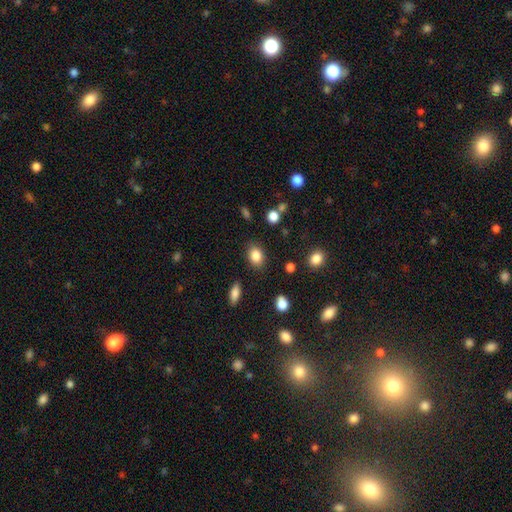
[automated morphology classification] A smooth galaxy with no disk features (84%) that is in between round and cigar-shaped (70%). Merging: none (83%).